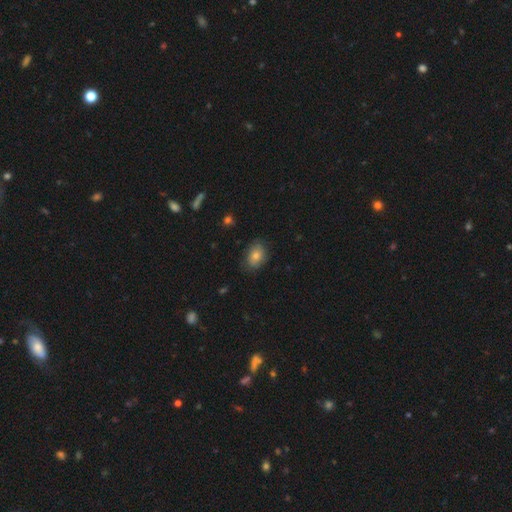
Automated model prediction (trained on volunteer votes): smooth-or-featured: smooth: 75% | featured or disk: 14% | star or artifact: 11%
  how-rounded: in between: 73% | round: 26% | cigar-shaped: 1%
  merging: none: 79% | minor disturbance: 16% | major disturbance: 3% | merger: 1%